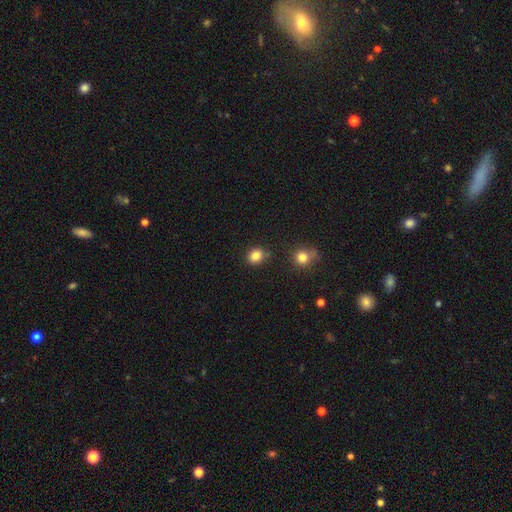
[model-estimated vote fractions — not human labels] Morphology: type=smooth (84%); roundness=round (60%); merging=none (81%).